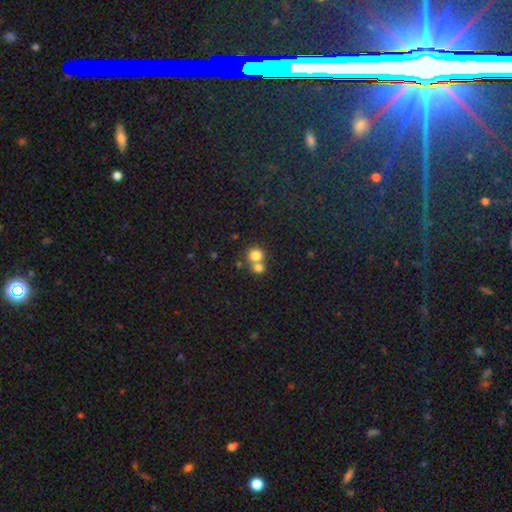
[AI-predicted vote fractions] A smooth galaxy with no disk features (79%) that is round (82%).

Vote fractions:
- Smooth or featured? smooth: 79% / star or artifact: 11% / featured or disk: 10%
- How rounded? round: 82% / in between: 17% / cigar-shaped: 1%
- Merging? merger: 52% / none: 40% / minor disturbance: 6% / major disturbance: 3%